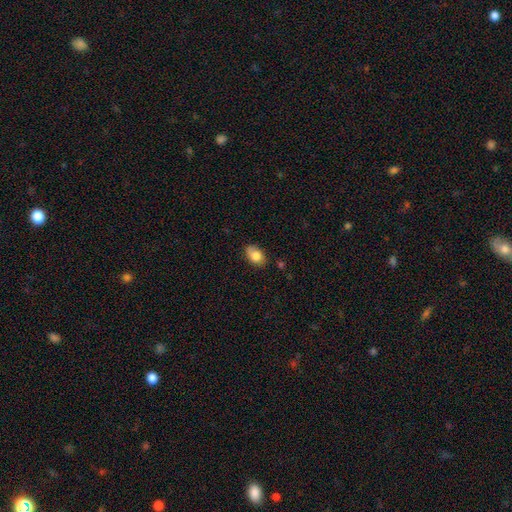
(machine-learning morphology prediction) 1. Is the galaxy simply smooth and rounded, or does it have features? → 82% smooth, 10% featured or disk, 7% star or artifact.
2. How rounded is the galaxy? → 87% in between, 11% round, 2% cigar-shaped.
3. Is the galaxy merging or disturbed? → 74% none, 20% minor disturbance, 3% major disturbance, 2% merger.